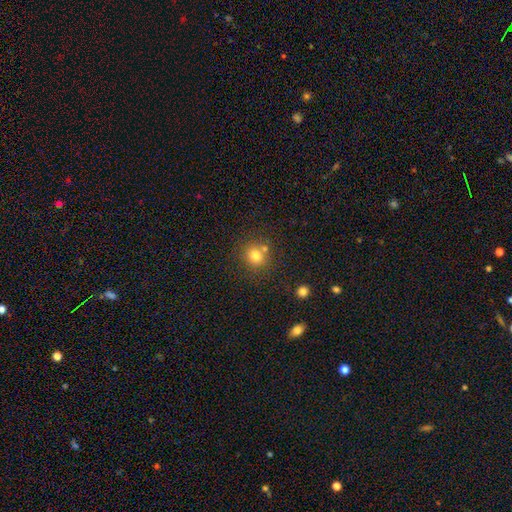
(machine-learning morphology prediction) smooth-or-featured: smooth: 78% | star or artifact: 14% | featured or disk: 8%
  how-rounded: round: 83% | in between: 16% | cigar-shaped: 1%
  merging: none: 69% | merger: 17% | minor disturbance: 11% | major disturbance: 4%